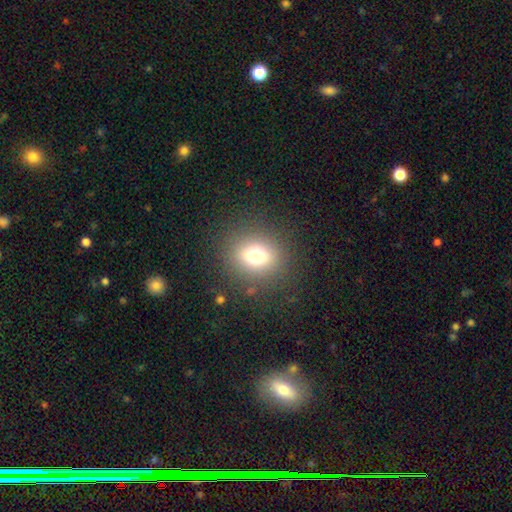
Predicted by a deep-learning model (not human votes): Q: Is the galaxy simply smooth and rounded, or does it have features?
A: smooth — 69%.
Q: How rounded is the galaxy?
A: round — 65%.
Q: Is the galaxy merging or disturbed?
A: none — 84%.